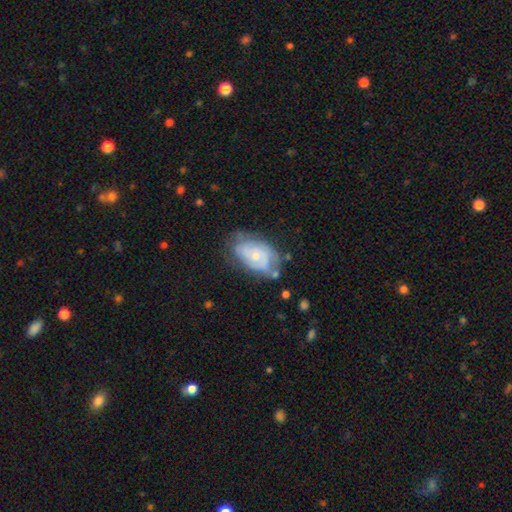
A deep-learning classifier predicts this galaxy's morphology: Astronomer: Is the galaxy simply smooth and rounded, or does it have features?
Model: featured or disk — 65%.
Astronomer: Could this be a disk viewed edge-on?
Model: no — 96%.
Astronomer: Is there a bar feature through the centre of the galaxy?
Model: no — 74%.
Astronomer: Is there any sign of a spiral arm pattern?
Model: yes — 78%.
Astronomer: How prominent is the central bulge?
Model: small — 63%.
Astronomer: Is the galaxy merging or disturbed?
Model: none — 54% (runner-up: minor disturbance, 30%).